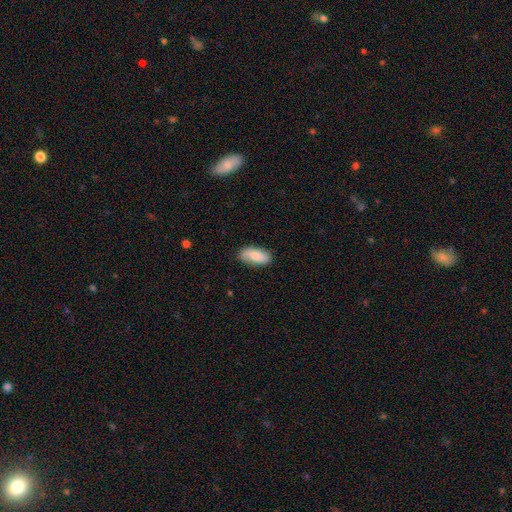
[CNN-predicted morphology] smooth_or_featured: smooth (p=0.75) [alt: featured or disk p=0.18]
how_rounded: in between (p=0.91) [alt: cigar-shaped p=0.07]
merging: none (p=0.80) [alt: minor disturbance p=0.16]